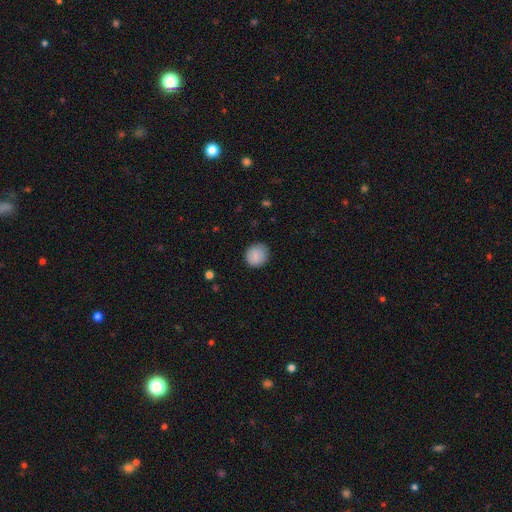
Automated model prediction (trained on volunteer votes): Smooth or featured: smooth — 86% (star or artifact — 7%)
How rounded: round — 87% (in between — 12%)
Merging: none — 85% (minor disturbance — 11%)